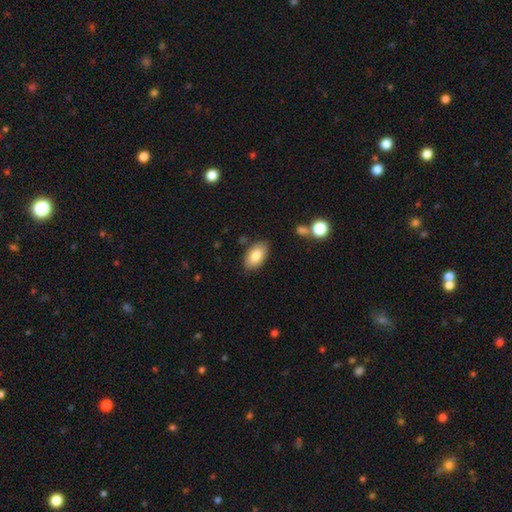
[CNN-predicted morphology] smooth-or-featured: smooth: 82% | featured or disk: 12% | star or artifact: 7%
  how-rounded: in between: 94% | round: 5% | cigar-shaped: 2%
  merging: none: 84% | minor disturbance: 12% | major disturbance: 3% | merger: 2%